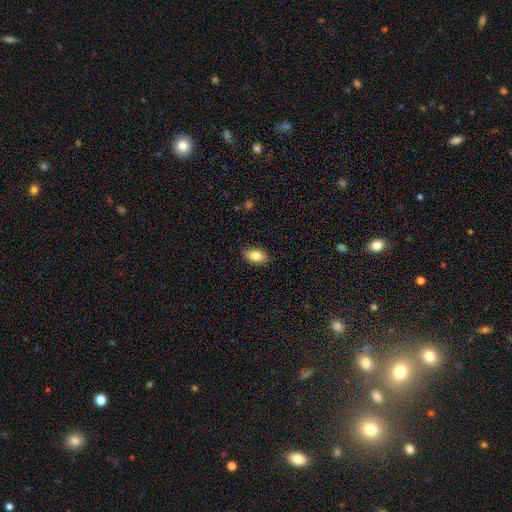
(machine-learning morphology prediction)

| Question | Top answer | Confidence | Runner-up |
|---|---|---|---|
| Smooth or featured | smooth | 83% | featured or disk (9%) |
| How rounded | in between | 91% | round (6%) |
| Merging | none | 87% | minor disturbance (10%) |